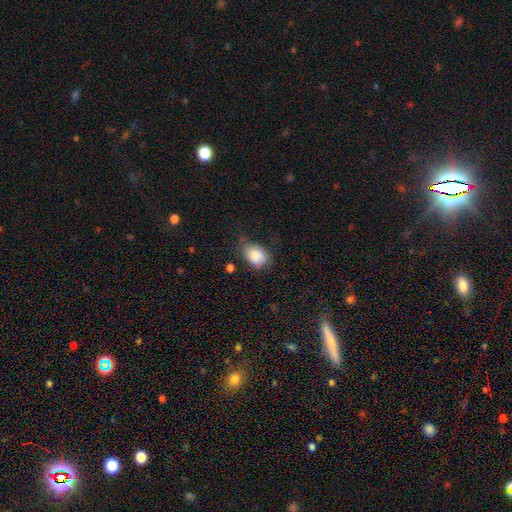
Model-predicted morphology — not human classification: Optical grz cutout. It shows a smooth galaxy with no disk features (82%) that is in between round and cigar-shaped (77%). Merging: none (54%).